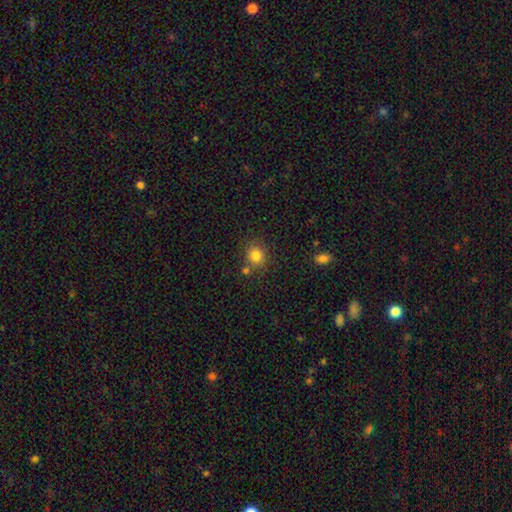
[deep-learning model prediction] The model was most divided on "merging": none: 75%, merger: 11%, minor disturbance: 10%, major disturbance: 3%. More confident: how rounded — round (86%); smooth or featured — smooth (81%).